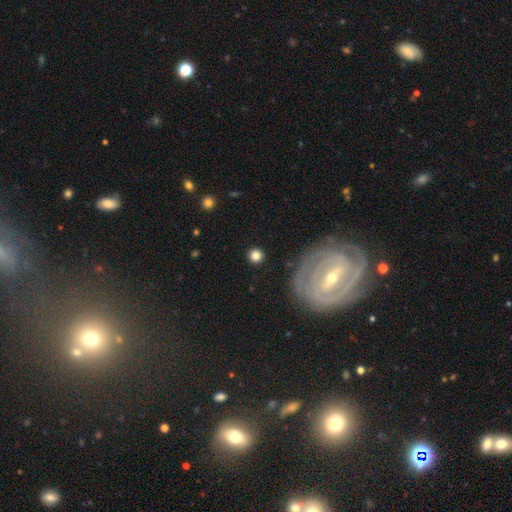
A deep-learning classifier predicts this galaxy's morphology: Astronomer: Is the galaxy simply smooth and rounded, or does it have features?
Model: smooth — 81%.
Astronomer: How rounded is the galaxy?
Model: round — 93%.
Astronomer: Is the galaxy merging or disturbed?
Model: none — 90%.